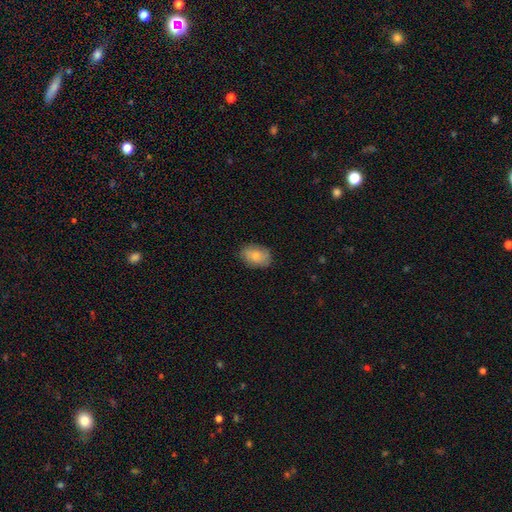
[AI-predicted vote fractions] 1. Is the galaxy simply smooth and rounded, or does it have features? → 77% smooth, 16% featured or disk, 7% star or artifact.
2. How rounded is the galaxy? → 81% in between, 18% round, 1% cigar-shaped.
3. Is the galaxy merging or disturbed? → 81% none, 15% minor disturbance, 3% major disturbance, 1% merger.